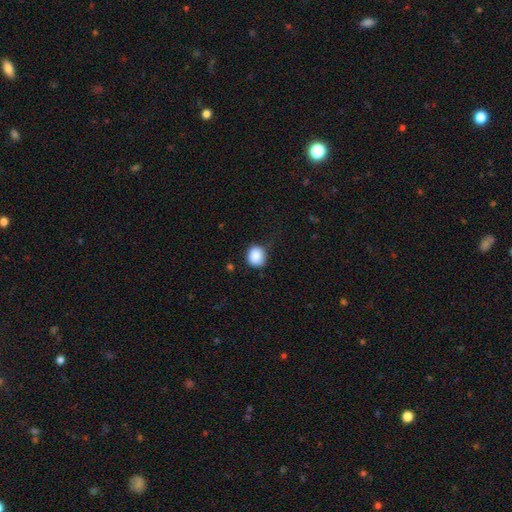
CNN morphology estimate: type=smooth (88%); roundness=round (73%); merging=none (62%).